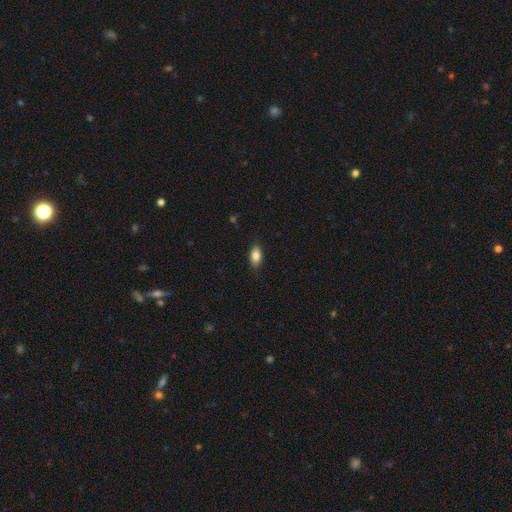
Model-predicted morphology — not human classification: Smooth or featured? smooth (84%)
How rounded? in between (89%)
Merging? none (85%)